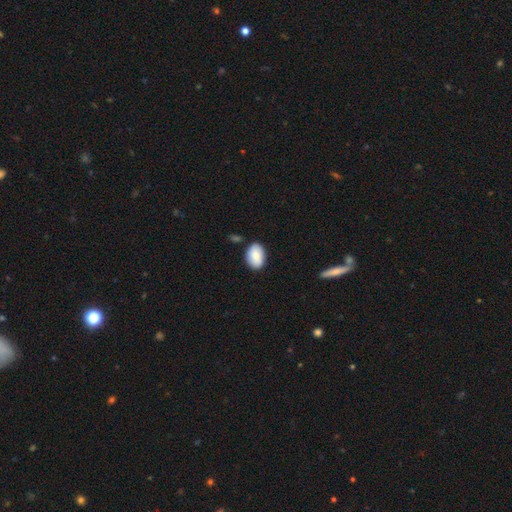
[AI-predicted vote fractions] Smooth or featured? Predicted: smooth (p=0.85). How rounded? Predicted: in between (p=0.87). Merging? Predicted: none (p=0.82).